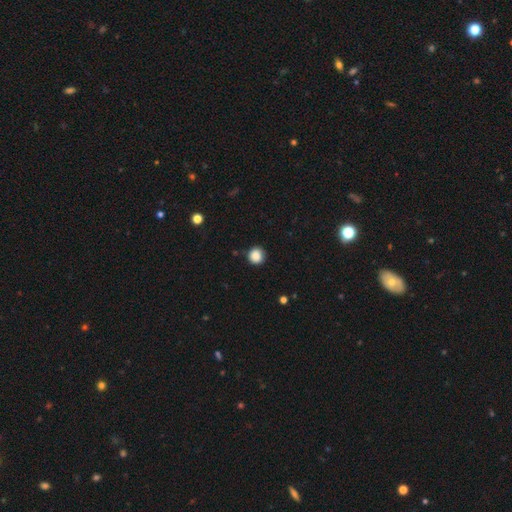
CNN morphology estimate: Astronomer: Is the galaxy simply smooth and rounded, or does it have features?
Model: smooth — 87%.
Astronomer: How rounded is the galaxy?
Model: round — 94%.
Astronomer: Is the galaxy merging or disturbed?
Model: none — 87%.